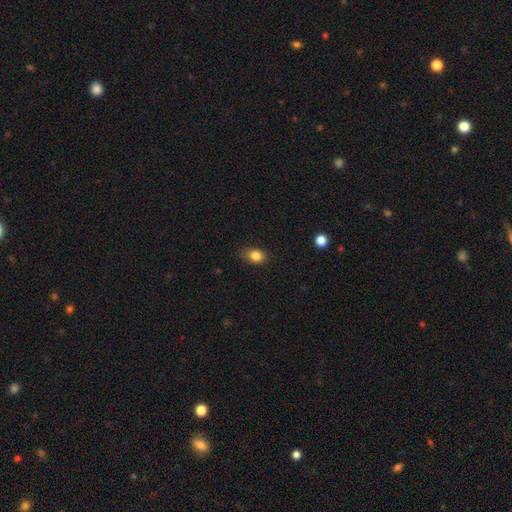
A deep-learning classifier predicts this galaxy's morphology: A smooth galaxy with no disk features (84%) that is in between round and cigar-shaped (65%). Merging: none (76%).